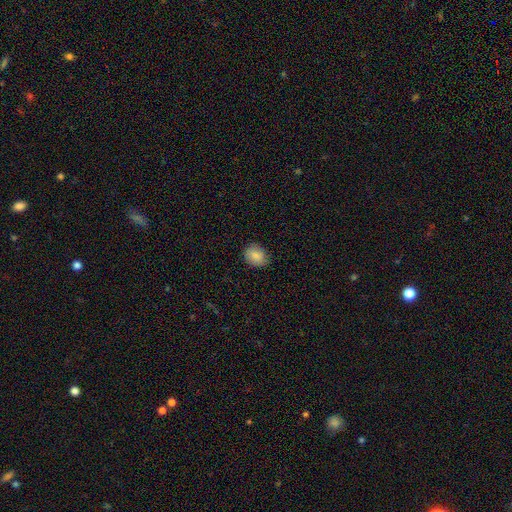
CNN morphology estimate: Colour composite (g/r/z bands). It shows a smooth galaxy with no disk features (87%) that is in between round and cigar-shaped (50%). Merging: none (82%).